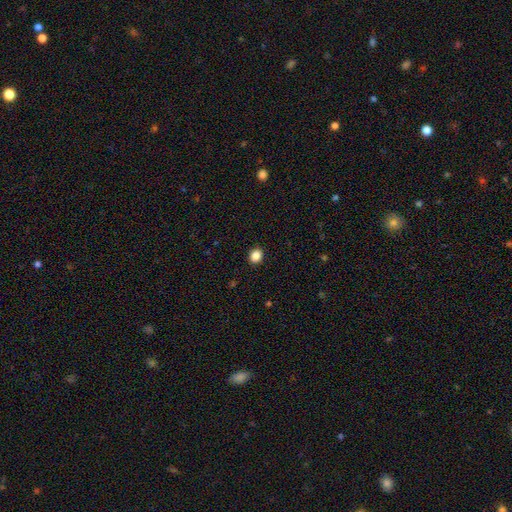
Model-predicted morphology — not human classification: This appears to be a smooth galaxy with no disk features (87%) that is round (60%). Merging: none (92%).